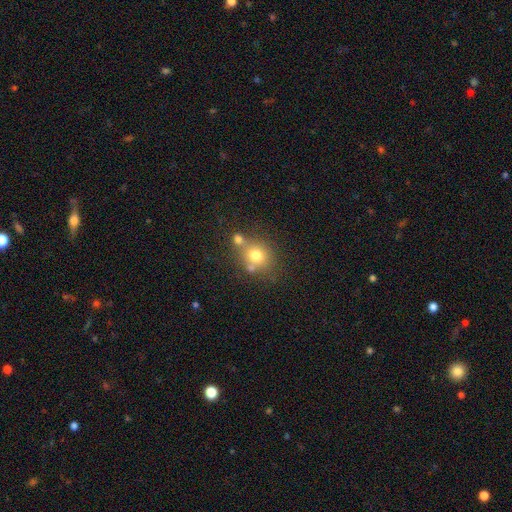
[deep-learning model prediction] The model was most divided on "merging": none: 52%, merger: 31%, minor disturbance: 12%, major disturbance: 5%. More confident: how rounded — round (77%); smooth or featured — smooth (72%).